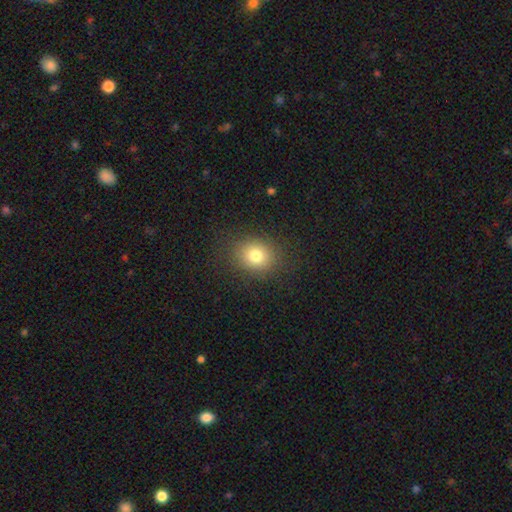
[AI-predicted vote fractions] Smooth or featured? smooth (78%)
How rounded? round (69%)
Merging? none (86%)